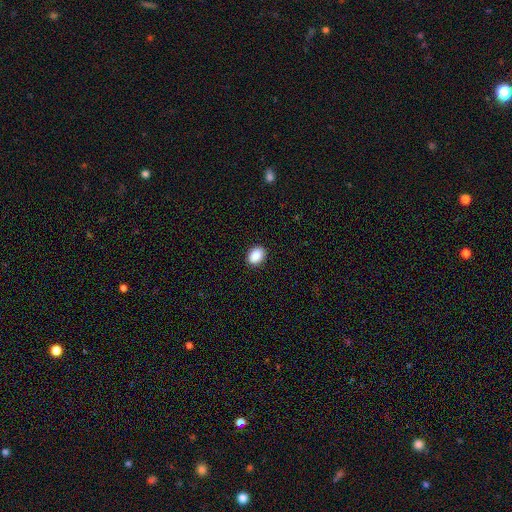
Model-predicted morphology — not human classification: Smooth or featured: smooth — 90% (star or artifact — 7%)
How rounded: in between — 73% (round — 26%)
Merging: none — 90% (minor disturbance — 7%)